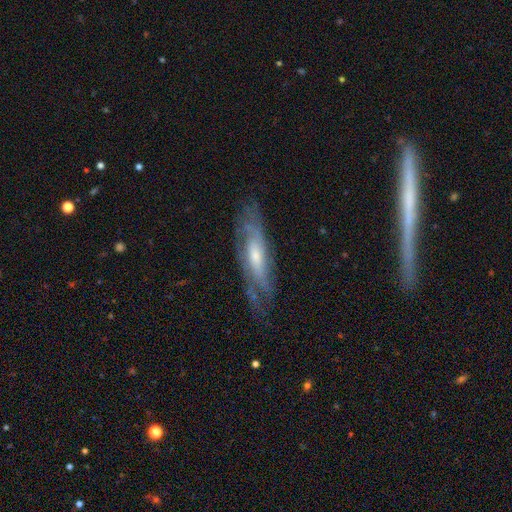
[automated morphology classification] Smooth or featured? featured or disk (71%)
Edge-on disk? no (66%)
Merging? none (68%)